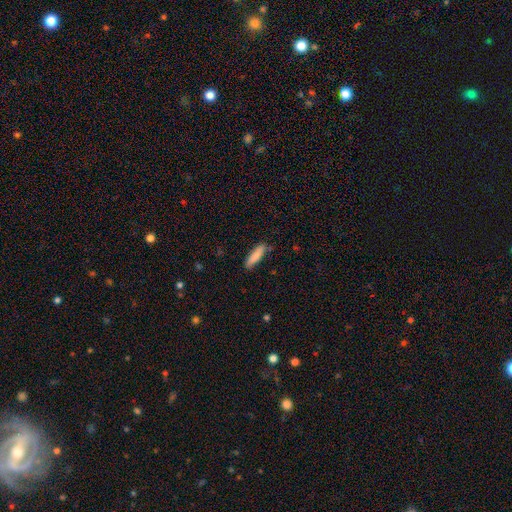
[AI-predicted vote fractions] A smooth galaxy with no disk features (85%) that is cigar-shaped (70%).

Vote fractions:
- Smooth or featured? smooth: 85% / featured or disk: 9% / star or artifact: 6%
- How rounded? cigar-shaped: 70% / in between: 29% / round: 1%
- Merging? none: 82% / minor disturbance: 14% / major disturbance: 2% / merger: 2%